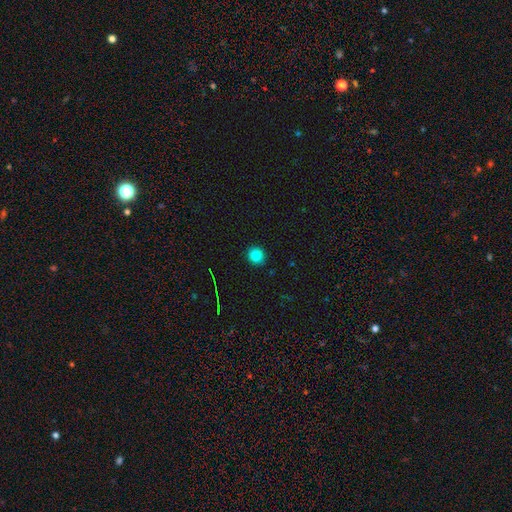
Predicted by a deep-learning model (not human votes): smooth-or-featured: smooth: 81% | star or artifact: 13% | featured or disk: 6%
  how-rounded: round: 92% | in between: 7% | cigar-shaped: 1%
  merging: none: 91% | minor disturbance: 6% | major disturbance: 2% | merger: 1%